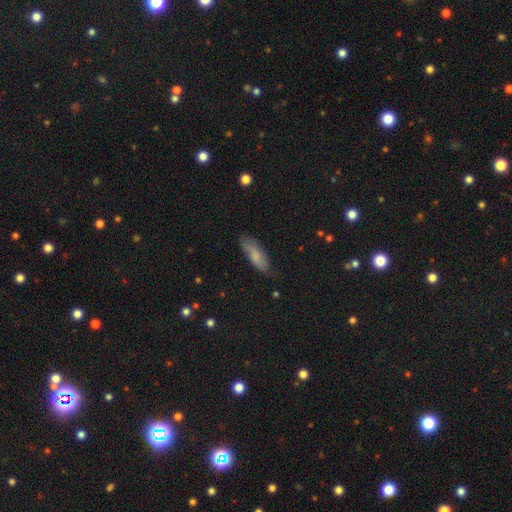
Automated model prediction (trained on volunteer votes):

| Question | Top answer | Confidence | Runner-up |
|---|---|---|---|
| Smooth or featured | smooth | 71% | featured or disk (23%) |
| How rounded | in between | 58% | cigar-shaped (39%) |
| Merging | none | 74% | minor disturbance (20%) |